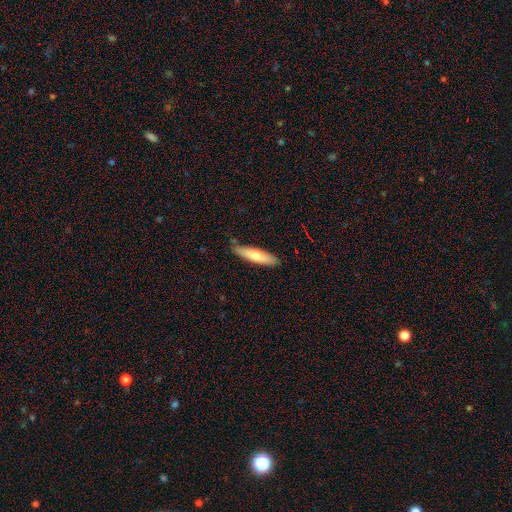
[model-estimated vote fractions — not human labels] Smooth or featured? smooth (66%)
How rounded? cigar-shaped (74%)
Merging? none (83%)